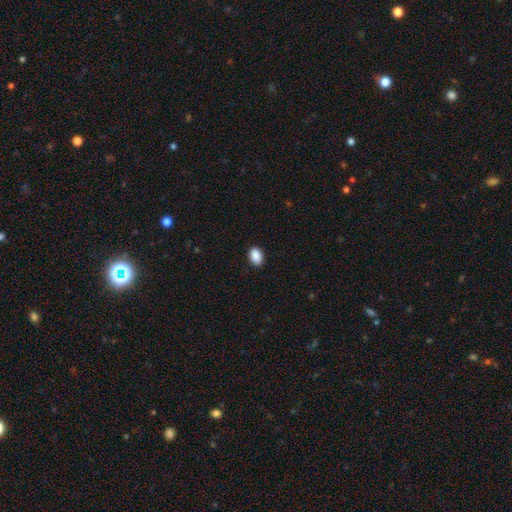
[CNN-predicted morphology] smooth 90%, star or artifact 7%, featured or disk 2%. Down the decision tree: how rounded — in between (86%); merging — none (89%).